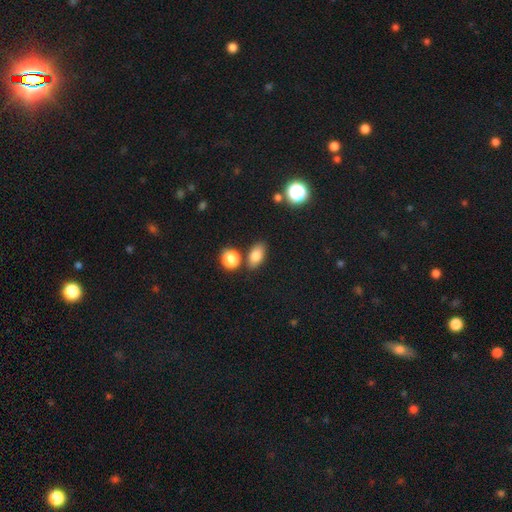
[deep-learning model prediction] Smooth or featured? Predicted: smooth (p=0.80). How rounded? Predicted: in between (p=0.85). Merging? Predicted: none (p=0.77).